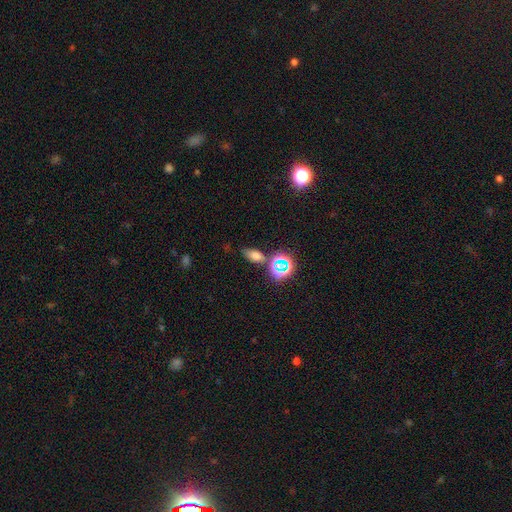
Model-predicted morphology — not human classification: This appears to be a smooth galaxy with no disk features (64%) that is in between round and cigar-shaped (82%). Merging: none (70%).